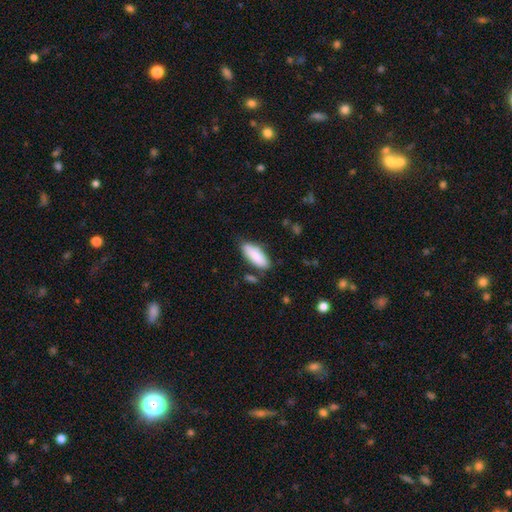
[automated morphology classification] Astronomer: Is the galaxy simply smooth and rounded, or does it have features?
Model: smooth — 87%.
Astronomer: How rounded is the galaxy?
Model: in between — 74%.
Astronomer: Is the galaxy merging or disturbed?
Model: none — 75%.